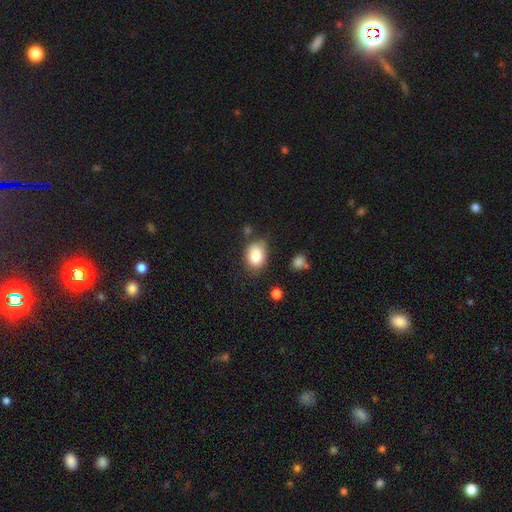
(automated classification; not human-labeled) Smooth or featured? Predicted: smooth (p=0.84). How rounded? Predicted: in between (p=0.65). Merging? Predicted: none (p=0.69).